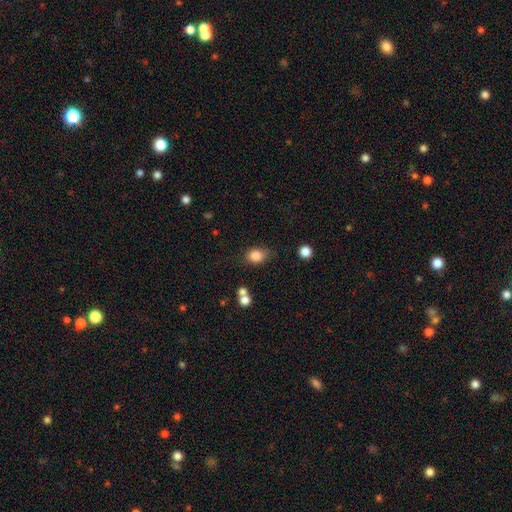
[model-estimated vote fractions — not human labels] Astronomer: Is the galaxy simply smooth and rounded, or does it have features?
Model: smooth — 84%.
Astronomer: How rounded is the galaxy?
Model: in between — 57% (runner-up: round, 42%).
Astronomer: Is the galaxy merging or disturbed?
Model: none — 68%.